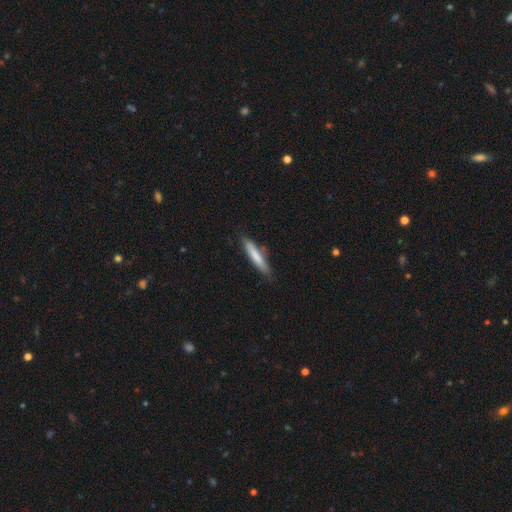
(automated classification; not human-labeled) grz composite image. It shows a smooth galaxy with no disk features (73%) that is cigar-shaped (89%). Merging: none (80%).